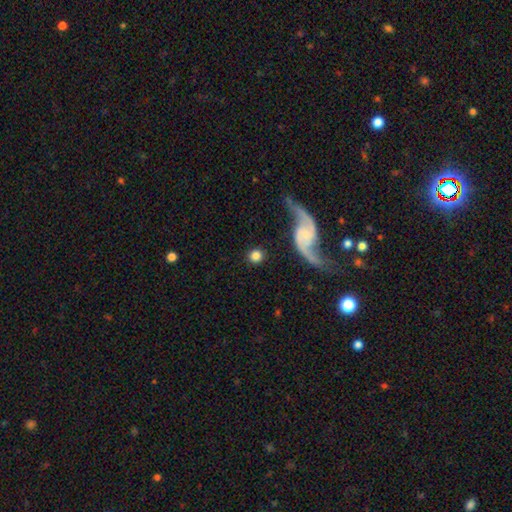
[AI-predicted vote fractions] Q: Smooth or featured?
A: smooth (71%); runner-up: featured or disk (22%)
Q: How rounded?
A: round (91%); runner-up: in between (8%)
Q: Merging?
A: none (83%); runner-up: minor disturbance (8%)